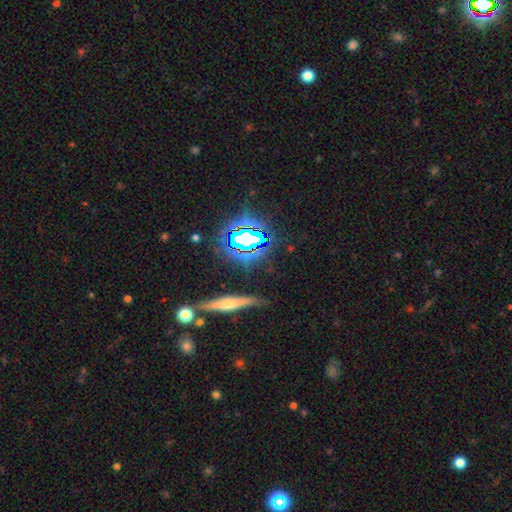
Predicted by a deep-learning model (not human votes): smooth_or_featured: star or artifact (p=0.56) [alt: featured or disk p=0.25]